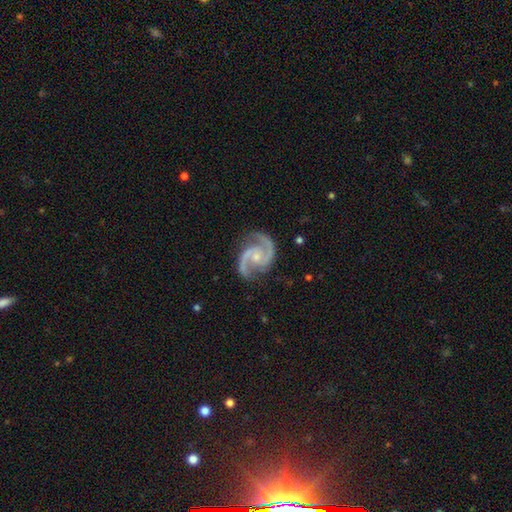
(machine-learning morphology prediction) Overall: featured or disk (94%). Edge-on disk: no (98%). Bar: no (61%; weak 31%). Spiral arms: yes (99%). Spiral arm count: 2 (92%). Spiral winding: medium (65%). Bulge size: small (62%; moderate 32%). Merging: none (81%).